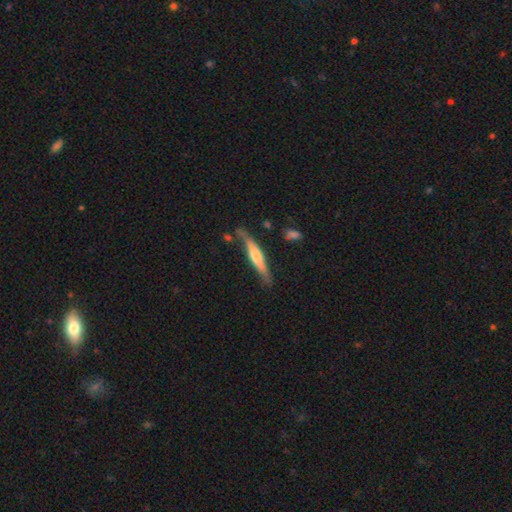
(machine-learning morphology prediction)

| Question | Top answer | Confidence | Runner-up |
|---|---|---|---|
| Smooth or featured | featured or disk | 58% | smooth (36%) |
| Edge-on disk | yes | 92% | no (8%) |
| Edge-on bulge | rounded | 76% | boxy (12%) |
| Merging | none | 70% | minor disturbance (20%) |